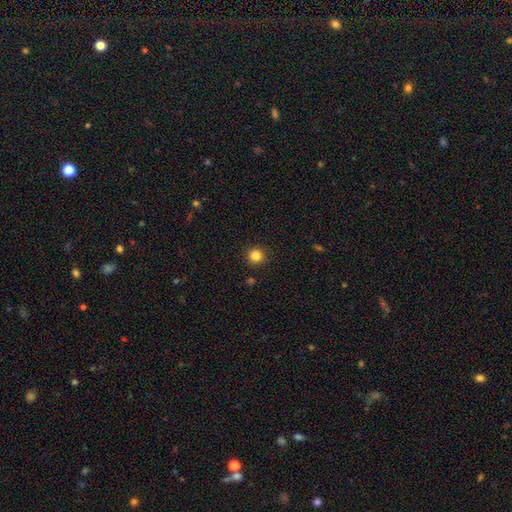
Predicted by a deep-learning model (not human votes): Smooth or featured? Predicted: smooth (p=0.85). How rounded? Predicted: round (p=0.93). Merging? Predicted: none (p=0.91).